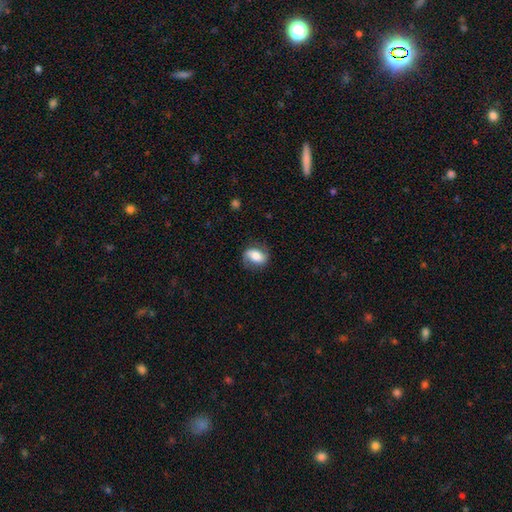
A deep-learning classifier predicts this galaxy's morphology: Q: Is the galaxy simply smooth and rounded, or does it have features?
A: smooth — 56%.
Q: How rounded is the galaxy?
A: in between — 77%.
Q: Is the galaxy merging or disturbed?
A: none — 71%.